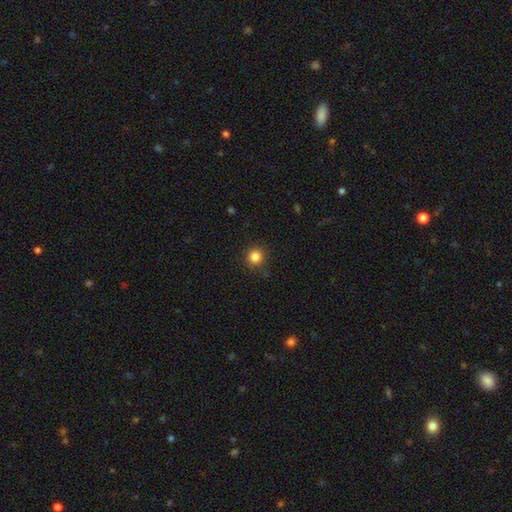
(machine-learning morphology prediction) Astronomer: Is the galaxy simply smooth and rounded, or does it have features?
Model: smooth — 84%.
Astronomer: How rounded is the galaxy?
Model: round — 94%.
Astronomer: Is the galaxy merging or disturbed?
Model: none — 87%.